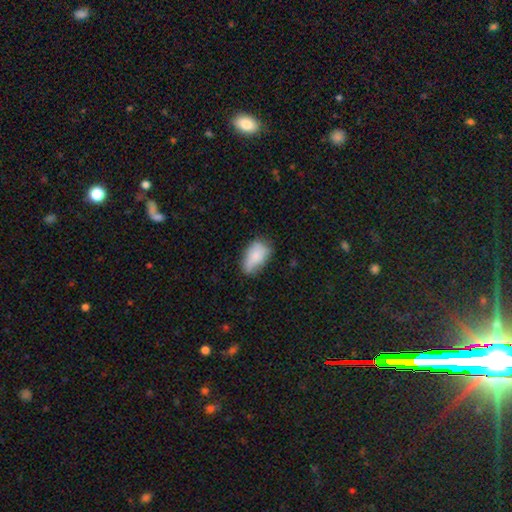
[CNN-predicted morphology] A smooth galaxy with no disk features (77%) that is in between round and cigar-shaped (91%).

Vote fractions:
- Smooth or featured? smooth: 77% / featured or disk: 15% / star or artifact: 8%
- How rounded? in between: 91% / round: 6% / cigar-shaped: 2%
- Merging? none: 48% / minor disturbance: 36% / major disturbance: 12% / merger: 4%